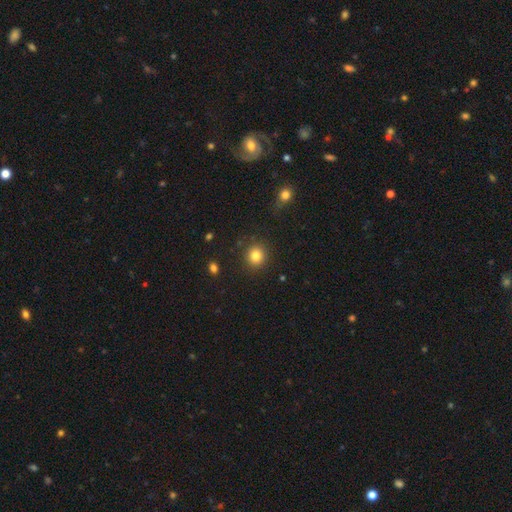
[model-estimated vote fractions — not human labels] A smooth galaxy with no disk features (82%) that is round (87%). Merging: none (88%).